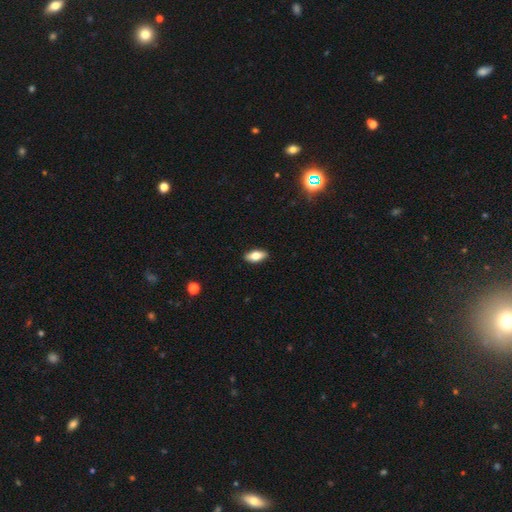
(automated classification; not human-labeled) A smooth galaxy with no disk features (72%) that is in between round and cigar-shaped (84%). Merging: none (90%).